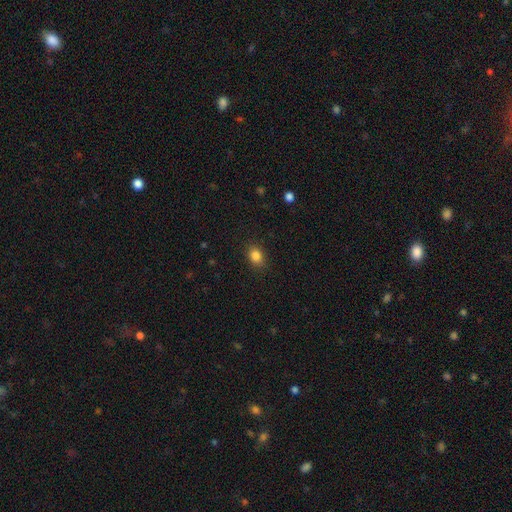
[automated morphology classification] smooth 85%, star or artifact 11%, featured or disk 5%. Down the decision tree: how rounded — in between (59%); merging — none (86%).